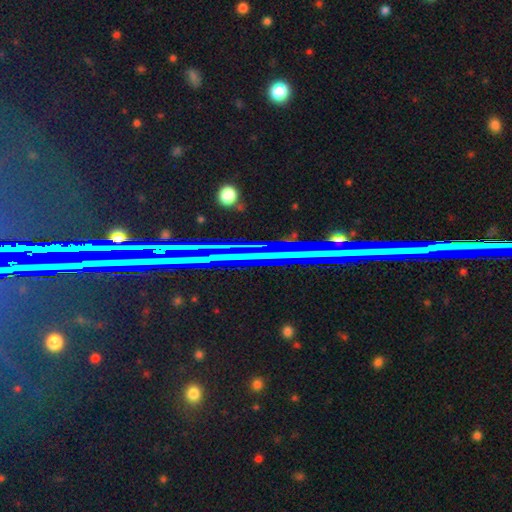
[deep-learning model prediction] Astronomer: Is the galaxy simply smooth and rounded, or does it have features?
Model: star or artifact — 66%.